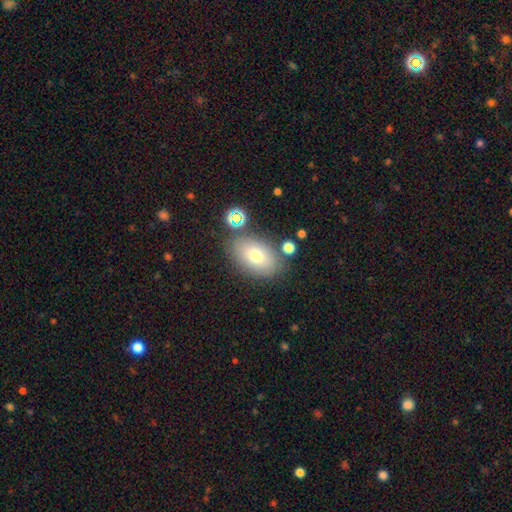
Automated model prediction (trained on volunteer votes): Morphology: type=smooth (72%); roundness=in between (87%); merging=none (78%).